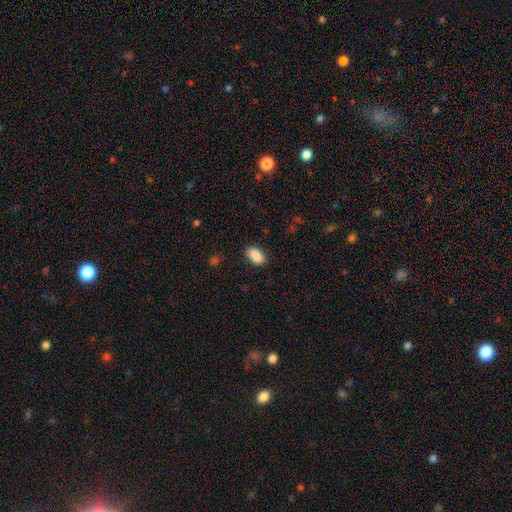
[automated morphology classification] Smooth or featured? Predicted: smooth (p=0.89). How rounded? Predicted: in between (p=0.92). Merging? Predicted: none (p=0.86).